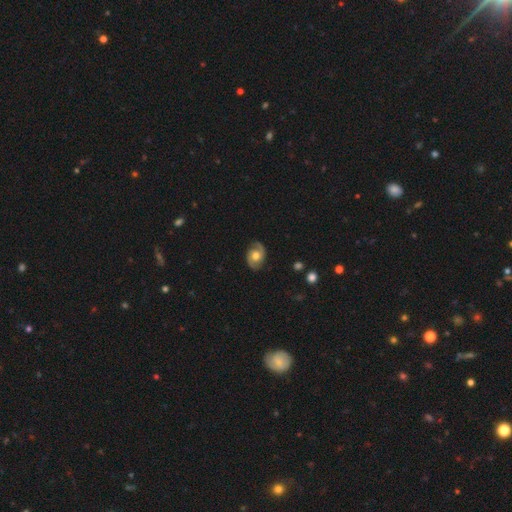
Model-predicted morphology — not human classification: Overall: featured or disk (74%). Edge-on disk: no (97%). Bar: no (71%). Spiral arms: yes (91%). Spiral arm count: 2 (90%). Spiral winding: medium (48%; tight 32%). Bulge size: moderate (70%). Merging: none (82%).